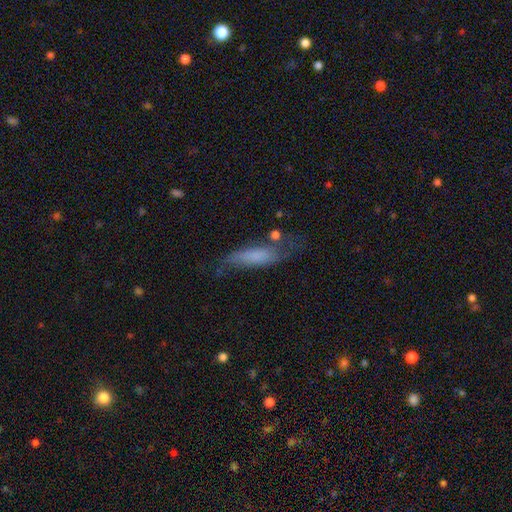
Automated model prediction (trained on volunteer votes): smooth_or_featured: smooth (p=0.57) [alt: featured or disk p=0.34]
how_rounded: cigar-shaped (p=0.57) [alt: in between p=0.40]
merging: none (p=0.45) [alt: minor disturbance p=0.29]